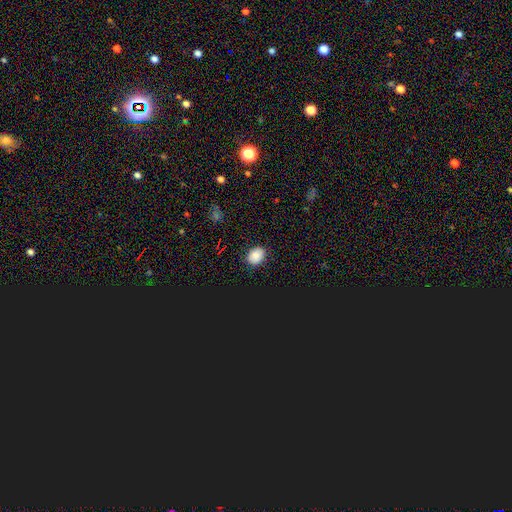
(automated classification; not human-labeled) smooth-or-featured: smooth: 77% | star or artifact: 16% | featured or disk: 7%
  how-rounded: in between: 50% | round: 48% | cigar-shaped: 1%
  merging: none: 85% | minor disturbance: 11% | major disturbance: 2% | merger: 1%